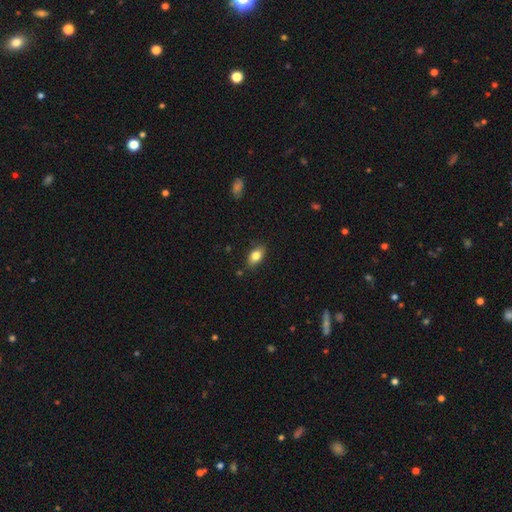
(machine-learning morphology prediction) Smooth or featured?
  - smooth: 80% *
  - featured or disk: 13%
  - star or artifact: 8%
How rounded?
  - in between: 87% *
  - round: 9%
  - cigar-shaped: 5%
Merging?
  - none: 83% *
  - minor disturbance: 12%
  - major disturbance: 2%
  - merger: 2%